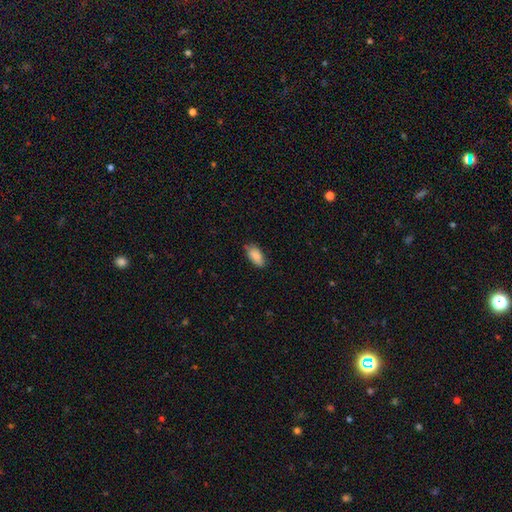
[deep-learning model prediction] Smooth or featured? Predicted: smooth (p=0.87). How rounded? Predicted: in between (p=0.90). Merging? Predicted: none (p=0.77).